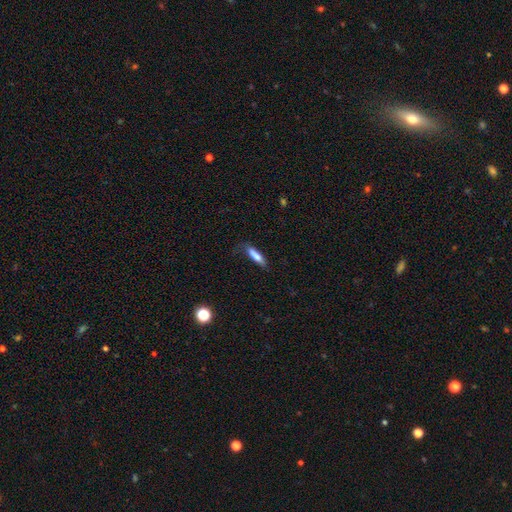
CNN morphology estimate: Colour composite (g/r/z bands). It shows a smooth galaxy with no disk features (77%) that is cigar-shaped (68%). Merging: none (55%).